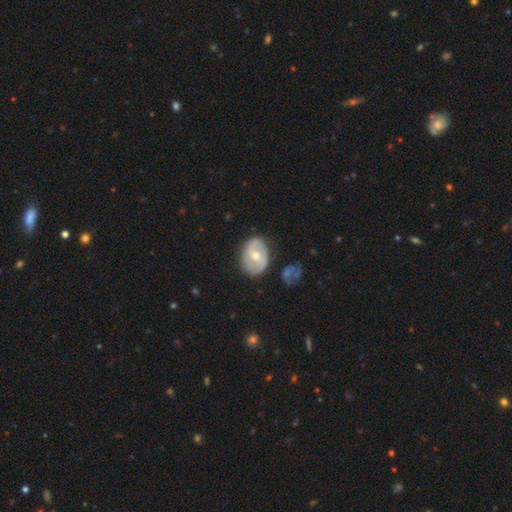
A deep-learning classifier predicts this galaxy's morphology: smooth_or_featured: featured or disk (p=0.61) [alt: smooth p=0.33]
disk_edge_on: no (p=0.96) [alt: yes p=0.04]
bar: no (p=0.55) [alt: weak p=0.37]
has_spiral_arms: yes (p=0.74) [alt: no p=0.26]
bulge_size: moderate (p=0.69) [alt: small p=0.26]
merging: none (p=0.72) [alt: minor disturbance p=0.20]